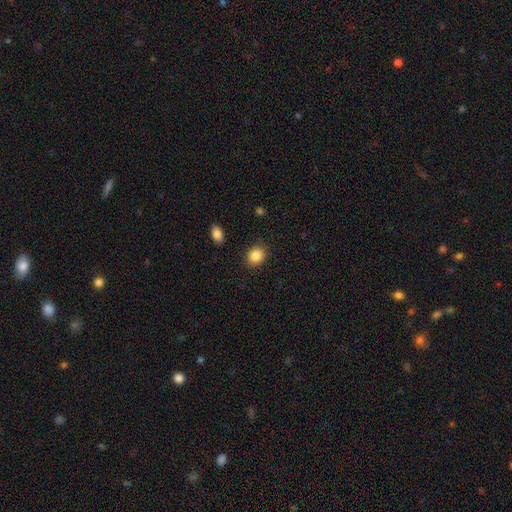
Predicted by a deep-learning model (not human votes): This appears to be a smooth galaxy with no disk features (86%) that is round (71%). Merging: none (88%).